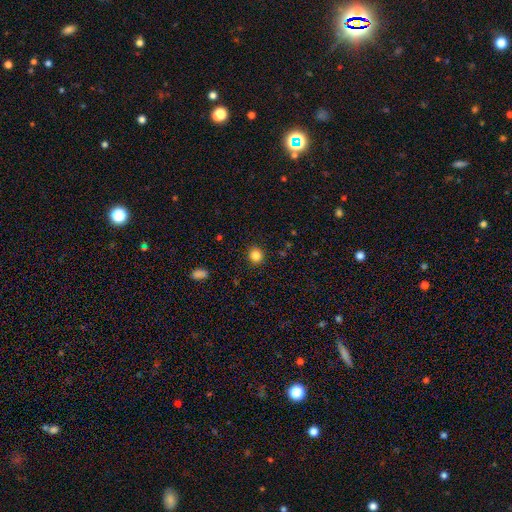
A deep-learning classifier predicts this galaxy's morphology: This appears to be a smooth galaxy with no disk features (85%) that is round (85%). Merging: none (89%).